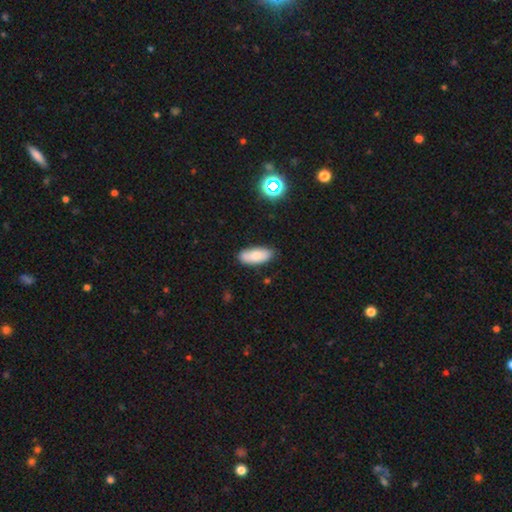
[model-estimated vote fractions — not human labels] This appears to be a smooth galaxy with no disk features (78%) that is in between round and cigar-shaped (83%). Merging: none (81%).